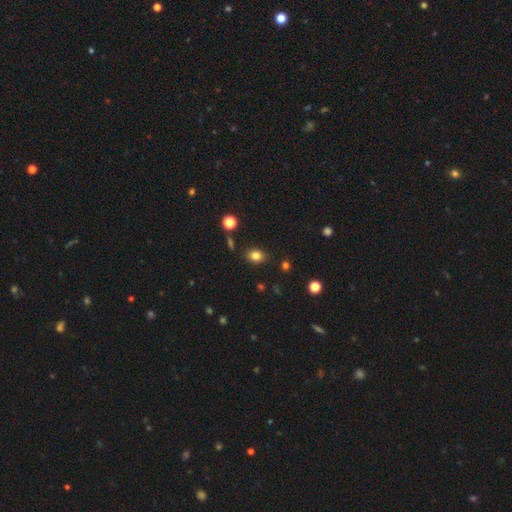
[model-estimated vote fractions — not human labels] smooth 82%, star or artifact 12%, featured or disk 6%. Down the decision tree: how rounded — in between (55%); merging — none (85%).